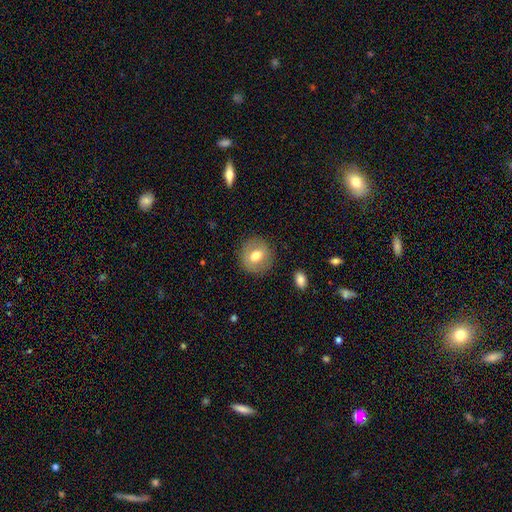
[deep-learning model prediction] Smooth or featured? smooth (69%)
How rounded? round (86%)
Merging? none (87%)